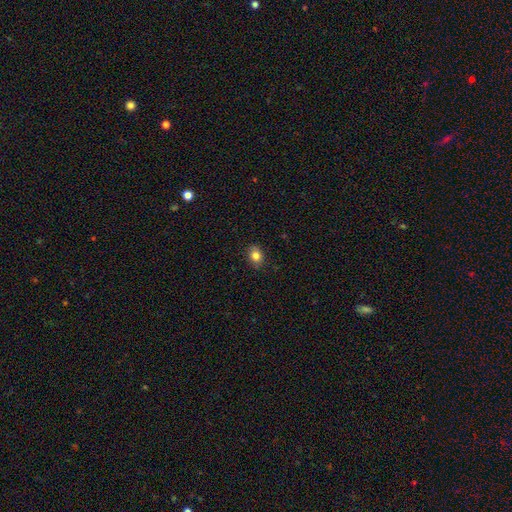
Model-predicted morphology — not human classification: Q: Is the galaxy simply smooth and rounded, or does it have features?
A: smooth — 81%.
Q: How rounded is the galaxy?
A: in between — 53%.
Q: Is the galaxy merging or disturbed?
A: none — 86%.